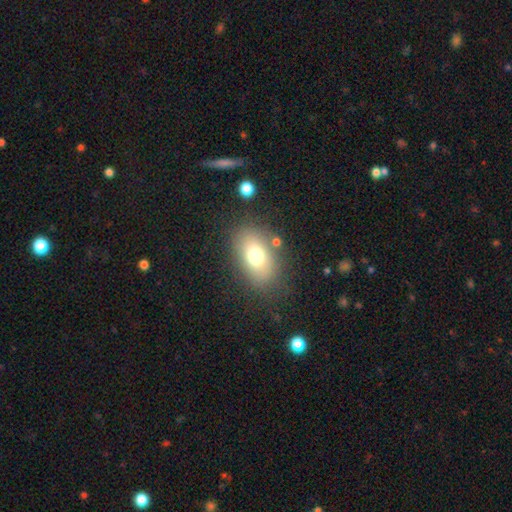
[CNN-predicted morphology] smooth-or-featured: smooth: 72% | featured or disk: 17% | star or artifact: 12%
  how-rounded: in between: 81% | round: 17% | cigar-shaped: 2%
  merging: none: 77% | minor disturbance: 13% | major disturbance: 6% | merger: 4%